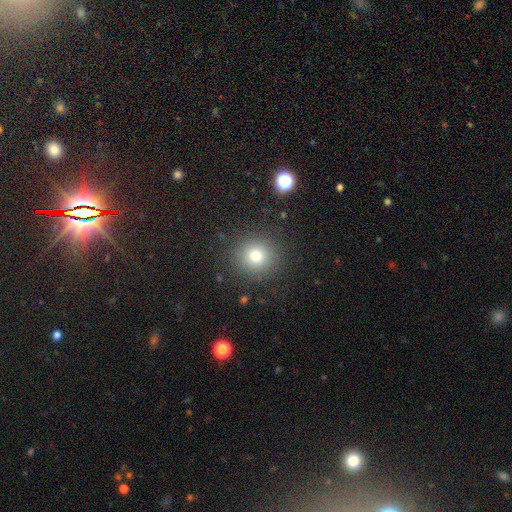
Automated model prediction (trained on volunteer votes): Smooth or featured? Predicted: smooth (p=0.77). How rounded? Predicted: round (p=0.90). Merging? Predicted: none (p=0.88).